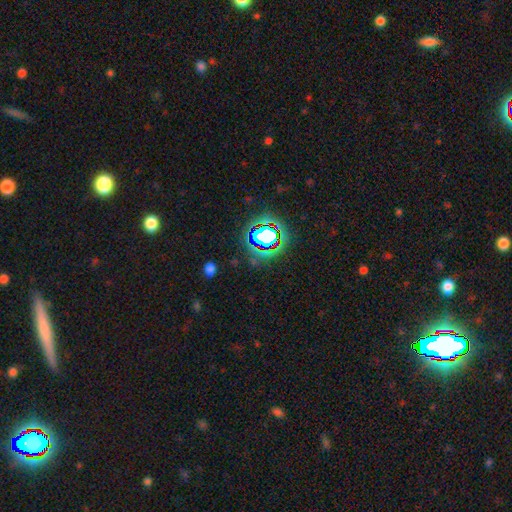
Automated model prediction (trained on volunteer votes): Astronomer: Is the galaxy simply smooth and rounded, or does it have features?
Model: star or artifact — 77%.